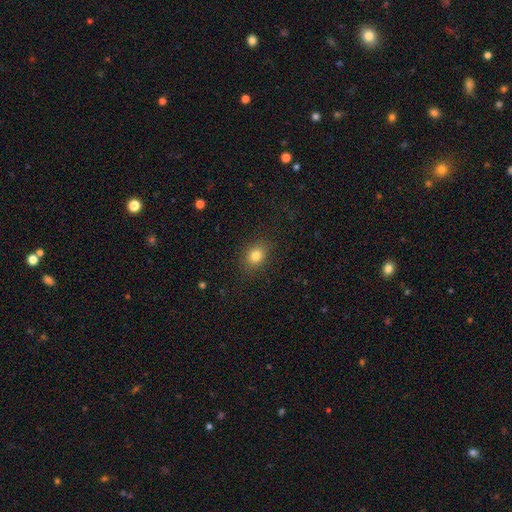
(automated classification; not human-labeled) smooth 81%, star or artifact 12%, featured or disk 7%. Down the decision tree: how rounded — in between (50%); merging — none (87%).